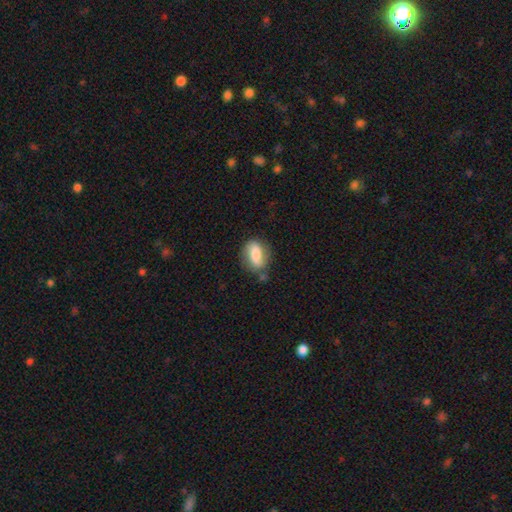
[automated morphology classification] A smooth galaxy with no disk features (65%) that is in between round and cigar-shaped (79%). Merging: none (64%).